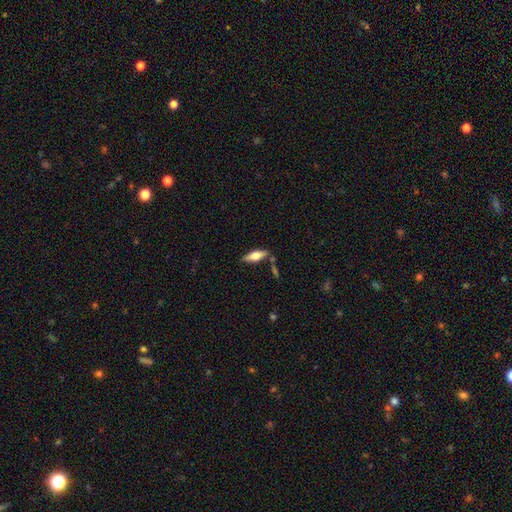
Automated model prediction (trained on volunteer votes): A smooth galaxy with no disk features (48%). Merging: none (78%).